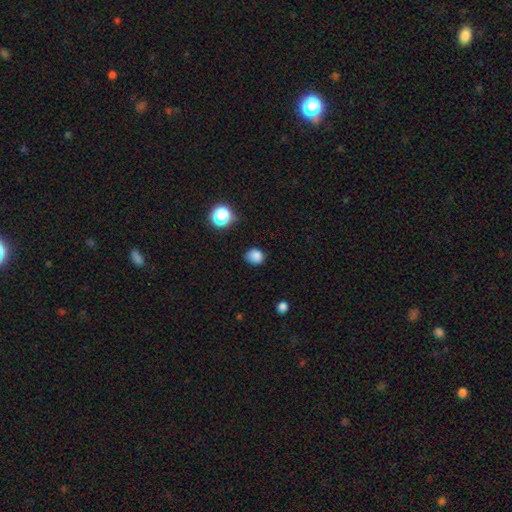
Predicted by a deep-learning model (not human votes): A smooth galaxy with no disk features (83%) that is round (63%). Merging: none (71%).